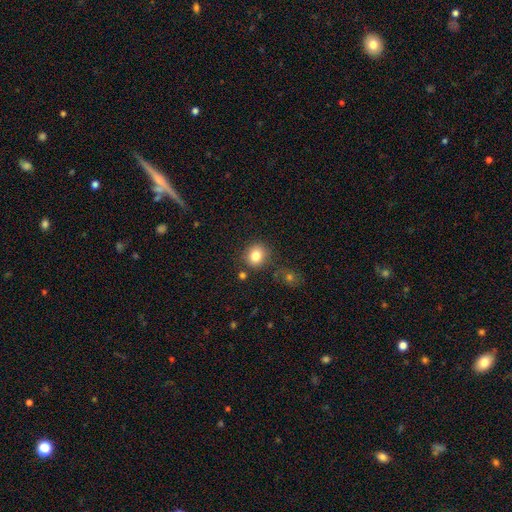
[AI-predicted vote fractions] Smooth or featured: smooth — 82% (star or artifact — 11%)
How rounded: round — 79% (in between — 20%)
Merging: none — 82% (minor disturbance — 10%)